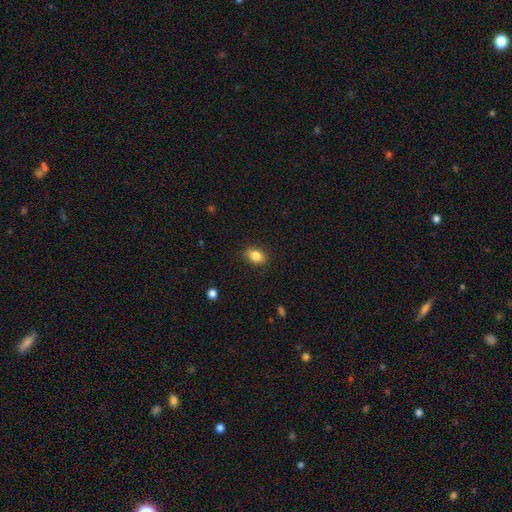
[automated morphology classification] Smooth or featured? Predicted: smooth (p=0.84). How rounded? Predicted: in between (p=0.83). Merging? Predicted: none (p=0.85).